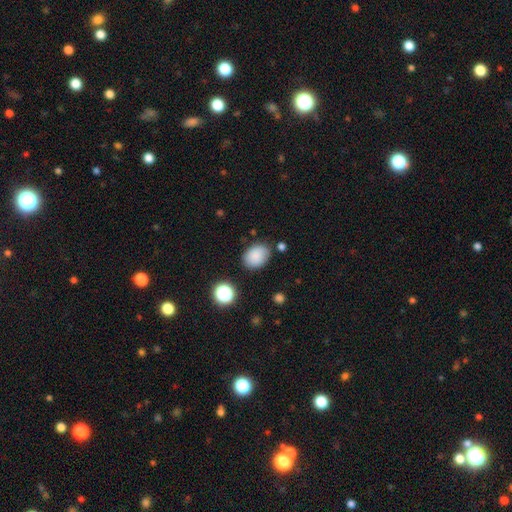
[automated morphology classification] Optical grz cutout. It shows a smooth galaxy with no disk features (84%) that is in between round and cigar-shaped (66%). Merging: none (78%).